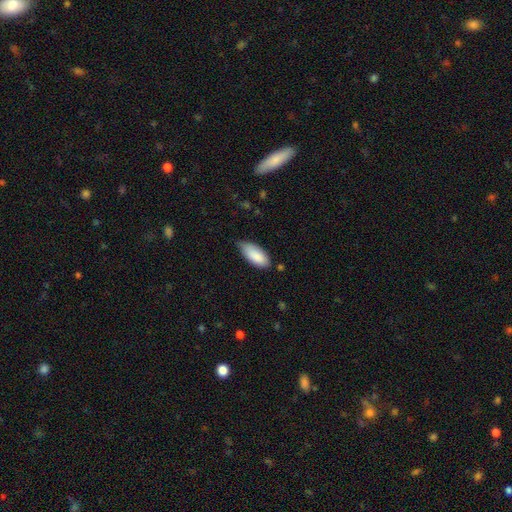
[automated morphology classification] A smooth galaxy with no disk features (88%) that is in between round and cigar-shaped (88%). Merging: none (60%).